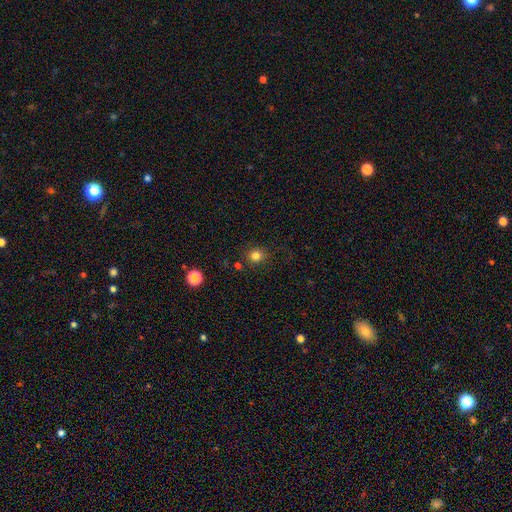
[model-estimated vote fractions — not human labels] smooth_or_featured: smooth (p=0.82) [alt: star or artifact p=0.13]
how_rounded: round (p=0.84) [alt: in between p=0.15]
merging: none (p=0.85) [alt: minor disturbance p=0.10]